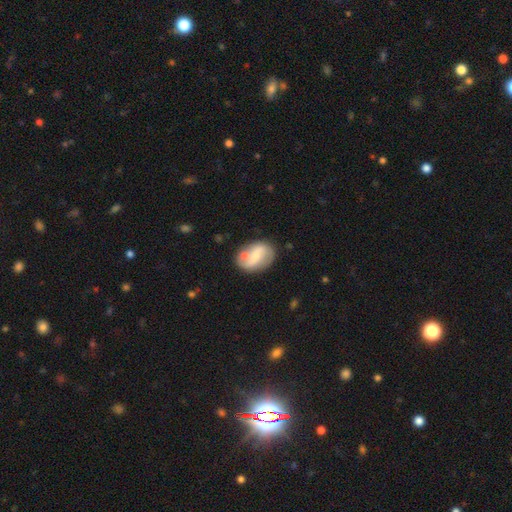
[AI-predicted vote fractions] Overall: featured or disk (64%; smooth 30%). Edge-on disk: no (96%). Bar: weak (42%; strong 29%). Spiral arms: yes (77%). Bulge size: small (51%; moderate 38%). Merging: none (68%).